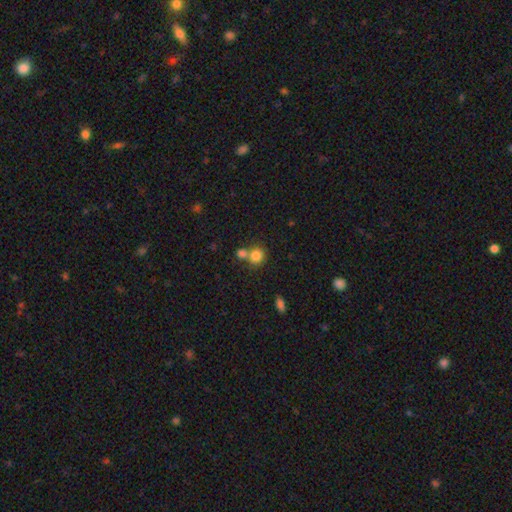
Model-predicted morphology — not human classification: type=smooth (81%); roundness=round (85%); merging=none (49%).